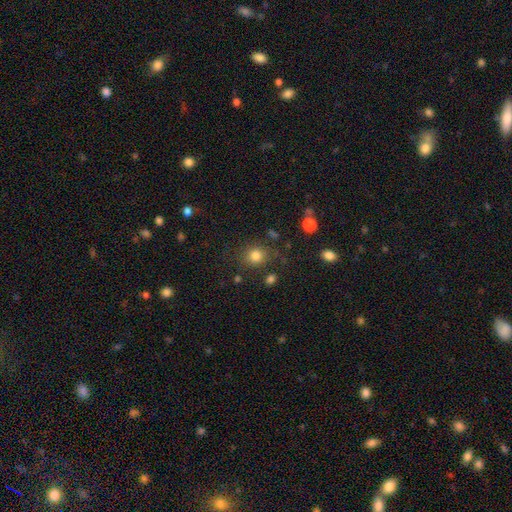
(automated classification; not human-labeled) Smooth or featured?
  - smooth: 81% *
  - star or artifact: 13%
  - featured or disk: 6%
How rounded?
  - round: 79% *
  - in between: 20%
  - cigar-shaped: 1%
Merging?
  - none: 78% *
  - minor disturbance: 13%
  - major disturbance: 5%
  - merger: 4%